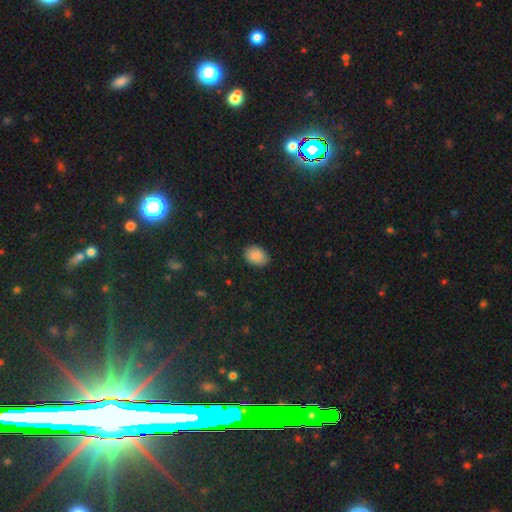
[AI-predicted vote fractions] Smooth or featured? smooth (88%)
How rounded? in between (76%)
Merging? none (83%)